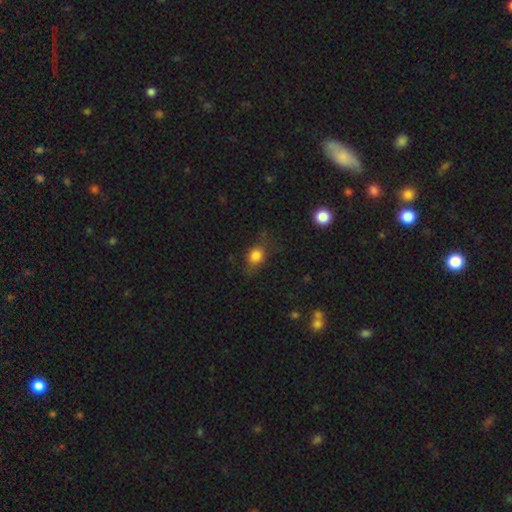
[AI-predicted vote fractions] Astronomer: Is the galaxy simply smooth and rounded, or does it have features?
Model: smooth — 79%.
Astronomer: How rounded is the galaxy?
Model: in between — 55% (runner-up: round, 42%).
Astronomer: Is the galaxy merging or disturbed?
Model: none — 65%.